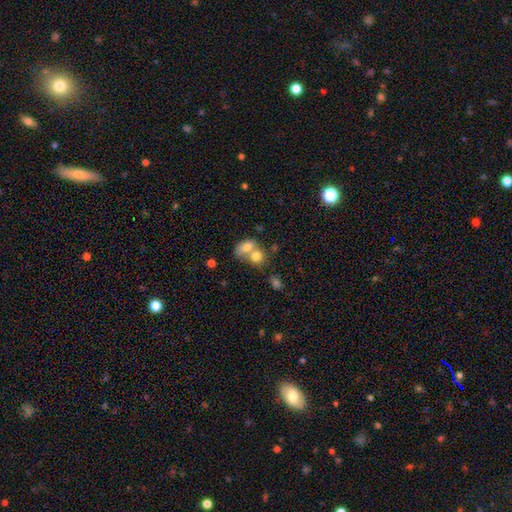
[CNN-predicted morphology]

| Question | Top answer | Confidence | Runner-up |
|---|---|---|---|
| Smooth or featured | smooth | 75% | featured or disk (16%) |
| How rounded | in between | 57% | round (42%) |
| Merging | merger | 66% | none (23%) |